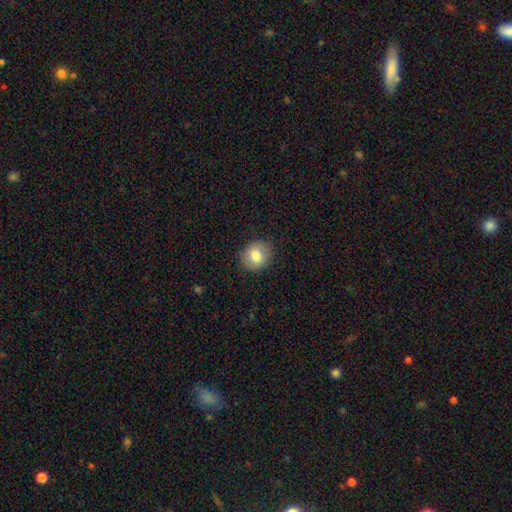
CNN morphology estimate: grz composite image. It shows a smooth galaxy with no disk features (80%) that is round (73%). Merging: none (86%).